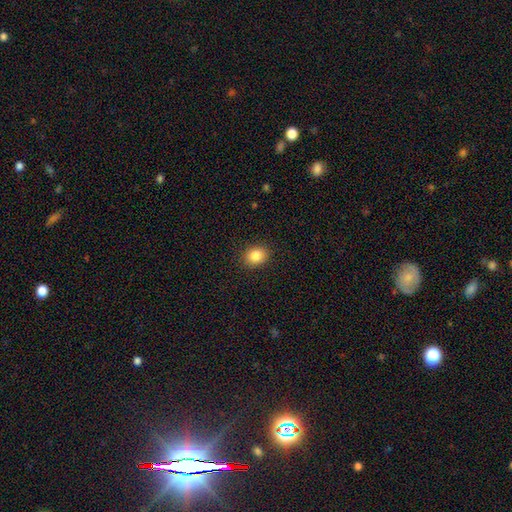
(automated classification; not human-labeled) The model was most divided on "how rounded": round: 56%, in between: 43%, cigar-shaped: 1%. More confident: merging — none (90%); smooth or featured — smooth (86%).